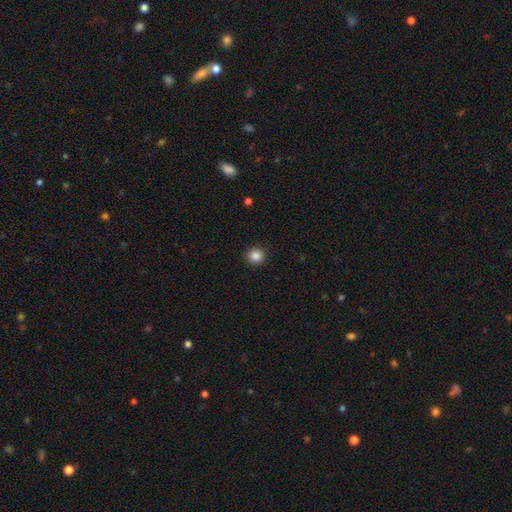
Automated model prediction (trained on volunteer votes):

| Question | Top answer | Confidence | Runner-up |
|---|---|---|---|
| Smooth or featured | smooth | 86% | star or artifact (11%) |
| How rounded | round | 93% | in between (6%) |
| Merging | none | 92% | minor disturbance (5%) |